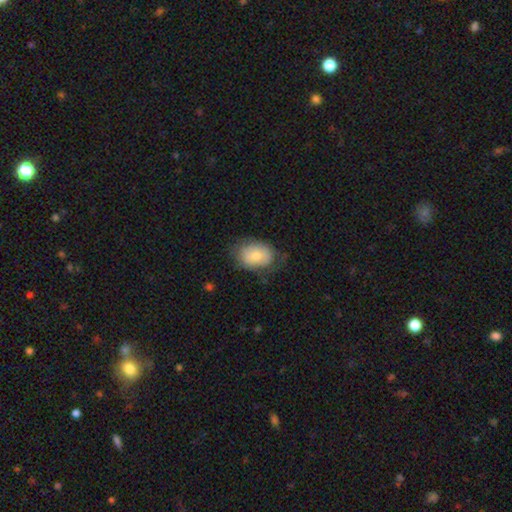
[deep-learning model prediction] Smooth or featured? Predicted: smooth (p=0.69). How rounded? Predicted: in between (p=0.74). Merging? Predicted: none (p=0.68).